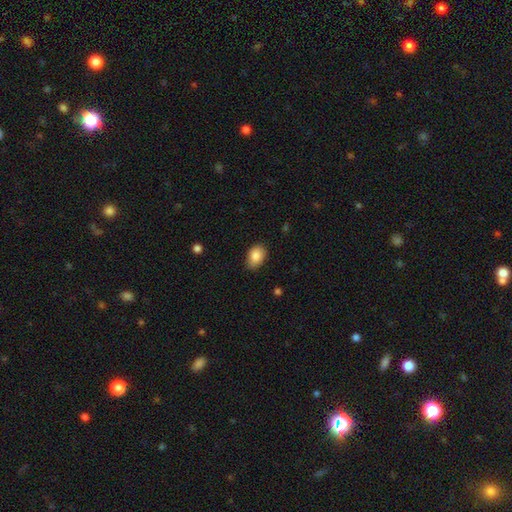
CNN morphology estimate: This appears to be a smooth galaxy with no disk features (86%) that is in between round and cigar-shaped (84%). Merging: none (82%).